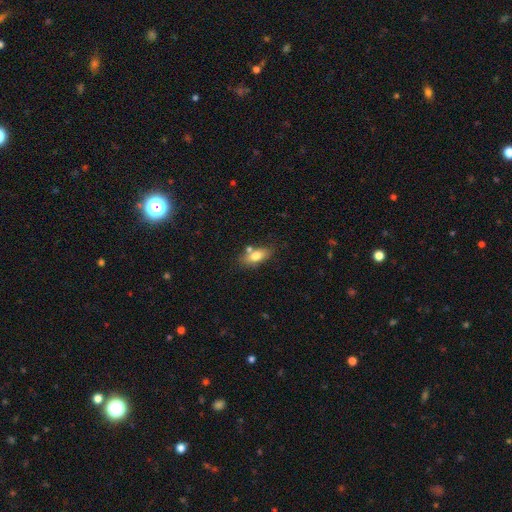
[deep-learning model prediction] smooth_or_featured: smooth (p=0.76) [alt: featured or disk p=0.15]
how_rounded: in between (p=0.82) [alt: cigar-shaped p=0.11]
merging: none (p=0.66) [alt: minor disturbance p=0.16]